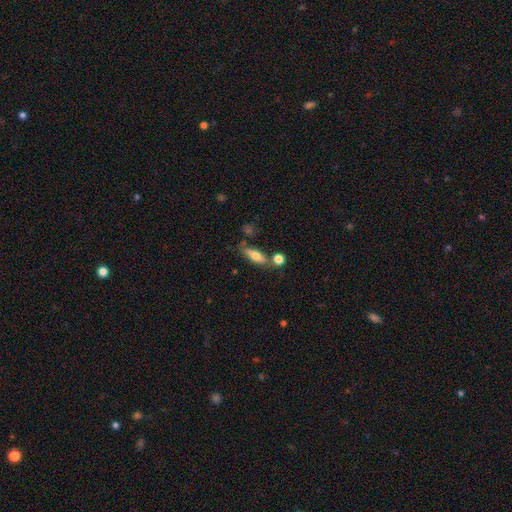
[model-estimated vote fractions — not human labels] This appears to be a smooth galaxy with no disk features (68%) that is in between round and cigar-shaped (51%). Merging: none (63%).